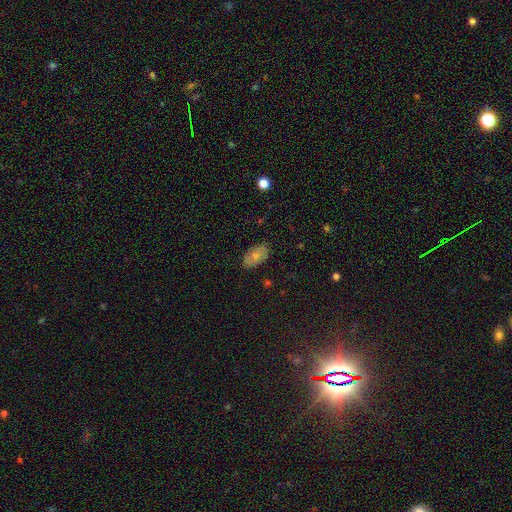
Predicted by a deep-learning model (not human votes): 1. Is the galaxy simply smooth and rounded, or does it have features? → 71% smooth, 21% featured or disk, 8% star or artifact.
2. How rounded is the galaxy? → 93% in between, 5% round, 2% cigar-shaped.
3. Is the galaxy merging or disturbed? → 84% none, 12% minor disturbance, 3% major disturbance, 1% merger.